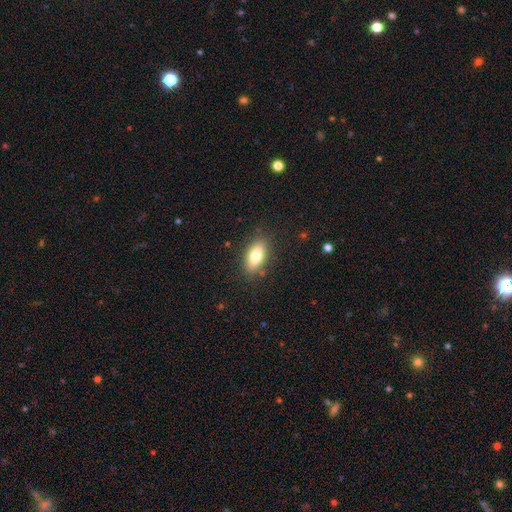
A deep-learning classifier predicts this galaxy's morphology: A smooth galaxy with no disk features (76%) that is in between round and cigar-shaped (87%). Merging: none (84%).